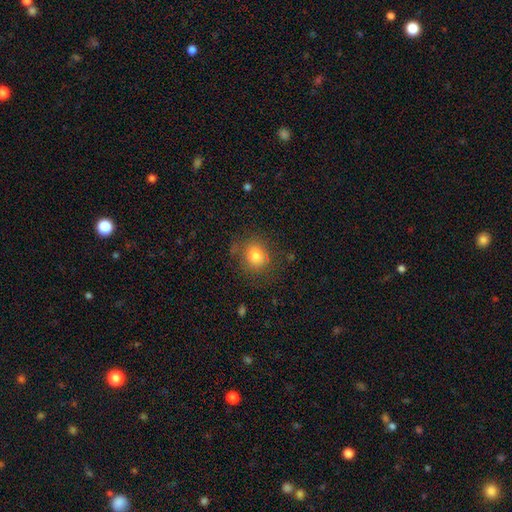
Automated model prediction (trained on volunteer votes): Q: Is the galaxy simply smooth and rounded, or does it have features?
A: smooth — 80%.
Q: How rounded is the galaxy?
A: round — 76%.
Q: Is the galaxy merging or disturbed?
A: none — 77%.